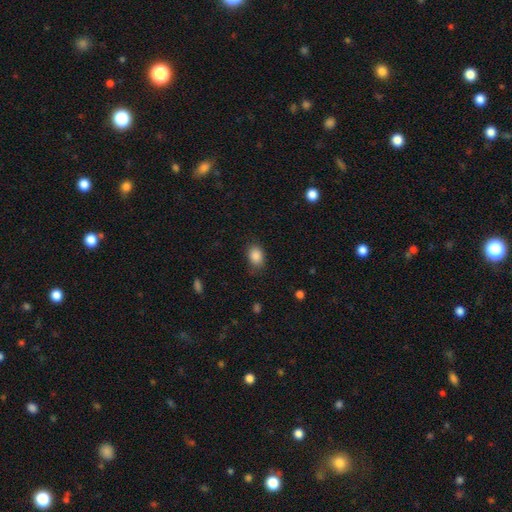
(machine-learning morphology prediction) smooth 87%, star or artifact 9%, featured or disk 4%. Down the decision tree: how rounded — in between (74%); merging — none (75%).